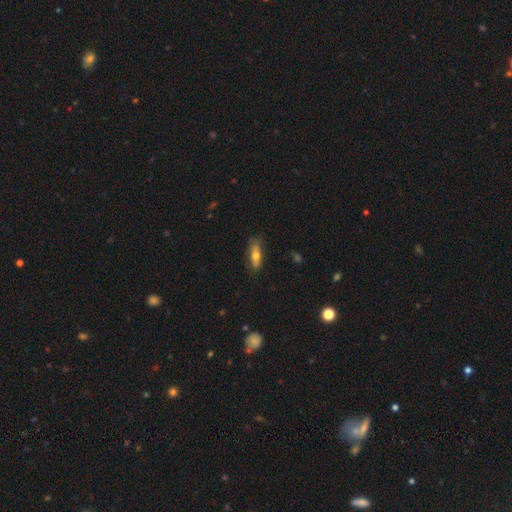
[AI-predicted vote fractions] smooth-or-featured: smooth: 61% | featured or disk: 32% | star or artifact: 7%
  how-rounded: in between: 55% | cigar-shaped: 42% | round: 3%
  merging: none: 75% | minor disturbance: 19% | major disturbance: 4% | merger: 1%